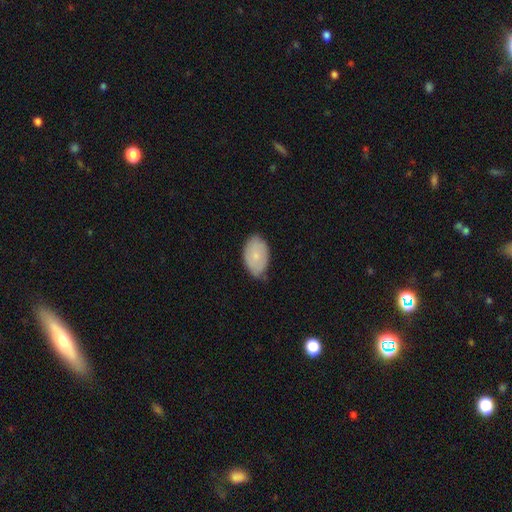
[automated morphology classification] A smooth galaxy with no disk features (73%) that is in between round and cigar-shaped (92%).

Vote fractions:
- Smooth or featured? smooth: 73% / featured or disk: 20% / star or artifact: 6%
- How rounded? in between: 92% / round: 7% / cigar-shaped: 1%
- Merging? none: 68% / minor disturbance: 27% / major disturbance: 4% / merger: 1%